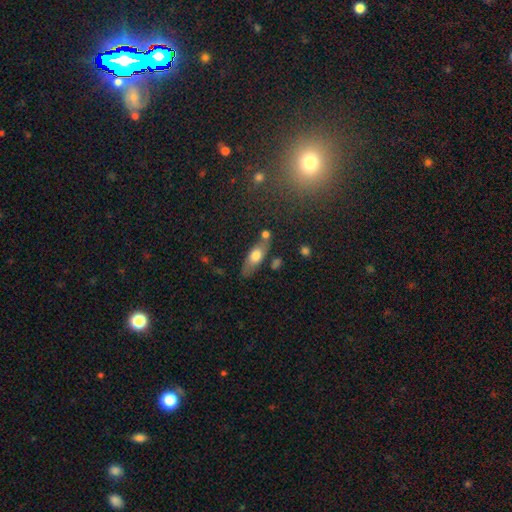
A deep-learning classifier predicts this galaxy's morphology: Overall: smooth (62%; featured or disk 31%). How rounded: in between (64%; cigar-shaped 31%). Merging: none (71%).